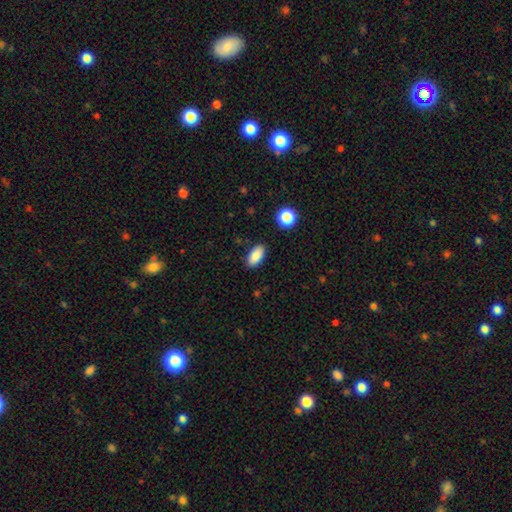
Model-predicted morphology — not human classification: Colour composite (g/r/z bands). It shows a smooth galaxy with no disk features (87%) that is in between round and cigar-shaped (92%). Merging: none (87%).